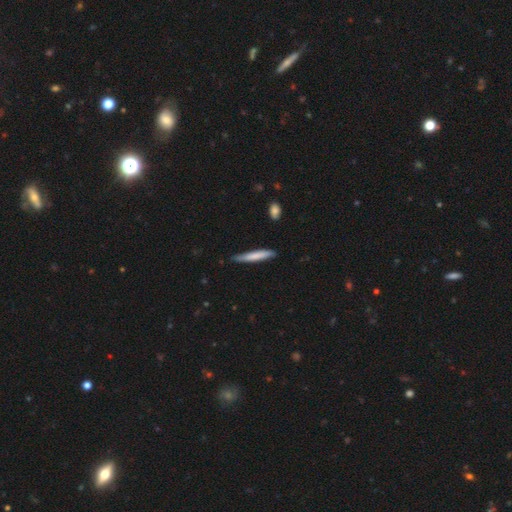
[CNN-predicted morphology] type=smooth (72%); roundness=cigar-shaped (94%); merging=none (78%).